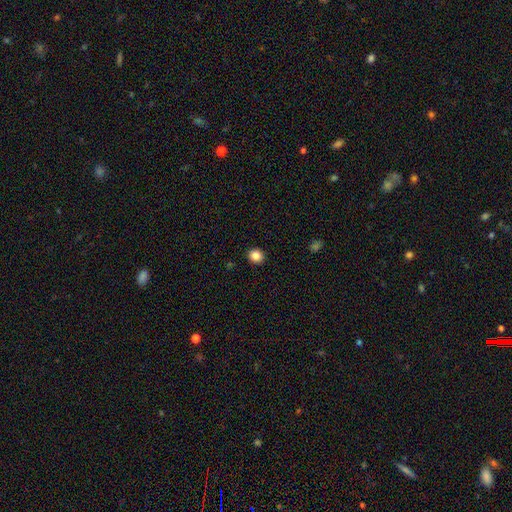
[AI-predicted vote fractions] This appears to be a smooth galaxy with no disk features (86%) that is round (84%). Merging: none (92%).